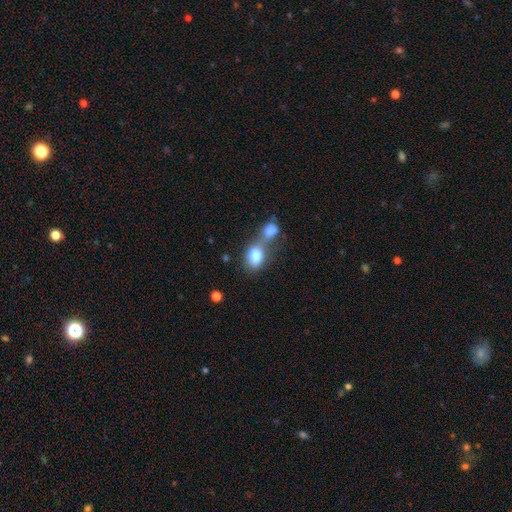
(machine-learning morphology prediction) Q: Smooth or featured?
A: smooth (80%); runner-up: featured or disk (11%)
Q: How rounded?
A: in between (70%); runner-up: round (28%)
Q: Merging?
A: merger (59%); runner-up: none (24%)